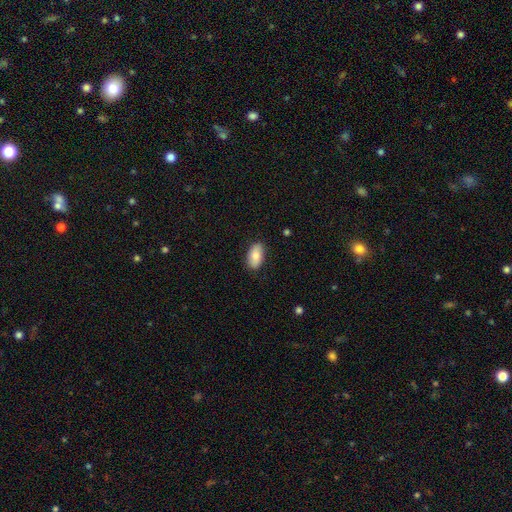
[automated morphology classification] This appears to be a smooth galaxy with no disk features (79%) that is in between round and cigar-shaped (93%). Merging: none (85%).